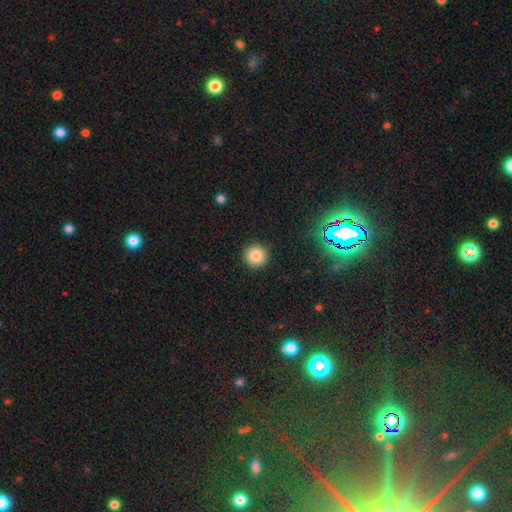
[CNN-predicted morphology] Smooth or featured? Predicted: smooth (p=0.83). How rounded? Predicted: round (p=0.96). Merging? Predicted: none (p=0.92).